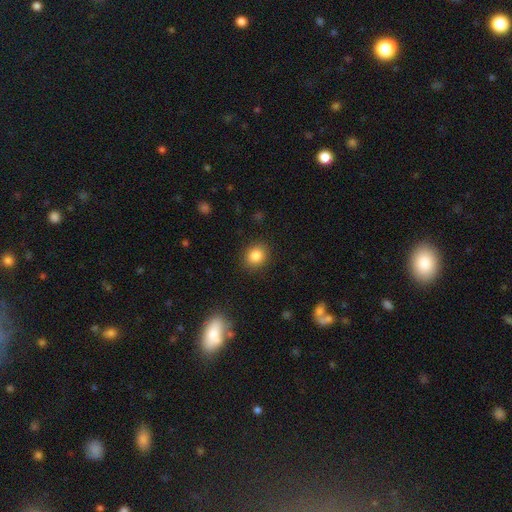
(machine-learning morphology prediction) The model was most divided on "how rounded": round: 73%, in between: 26%, cigar-shaped: 1%. More confident: merging — none (89%); smooth or featured — smooth (85%).